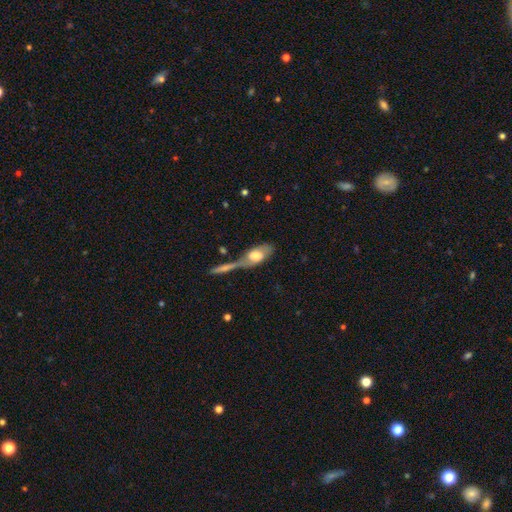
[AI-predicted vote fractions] Overall: smooth (58%; featured or disk 36%). How rounded: in between (81%). Merging: merger (49%; none 29%).